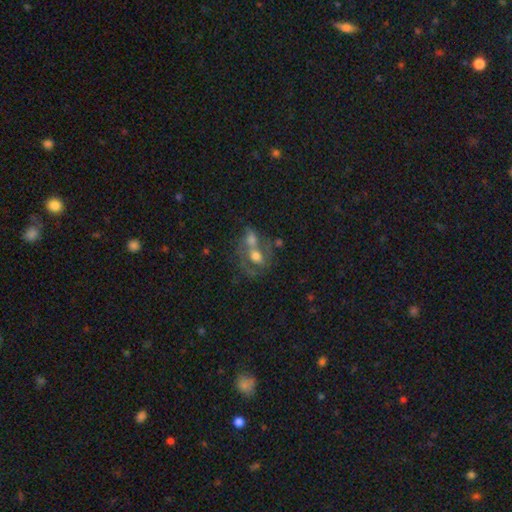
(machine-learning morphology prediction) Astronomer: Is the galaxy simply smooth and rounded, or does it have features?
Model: featured or disk — 47% (runner-up: smooth, 42%).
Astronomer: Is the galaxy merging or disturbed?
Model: merger — 58%.